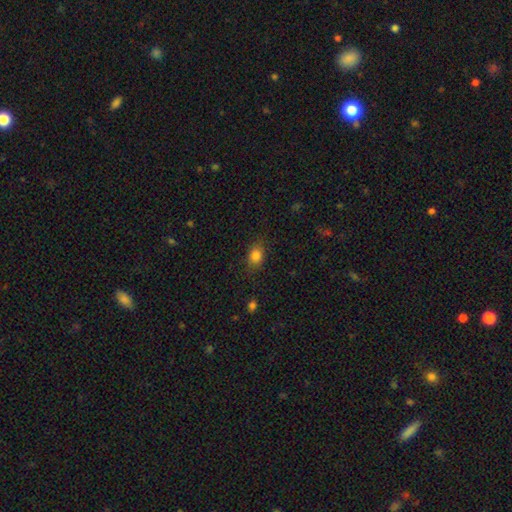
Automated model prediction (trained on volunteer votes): Smooth or featured: smooth — 83% (star or artifact — 11%)
How rounded: in between — 62% (round — 36%)
Merging: none — 80% (minor disturbance — 14%)